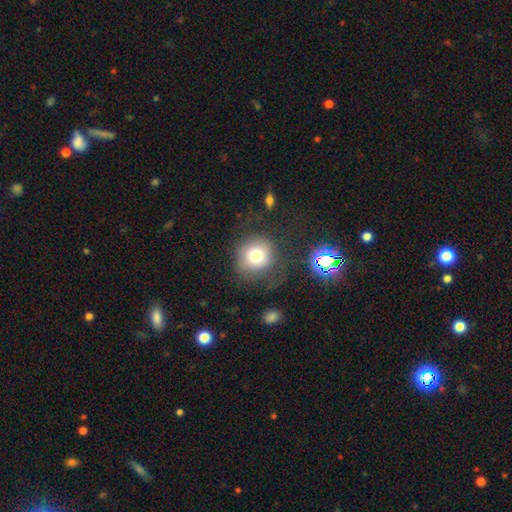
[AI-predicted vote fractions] Overall: smooth (73%). How rounded: round (88%). Merging: none (64%).